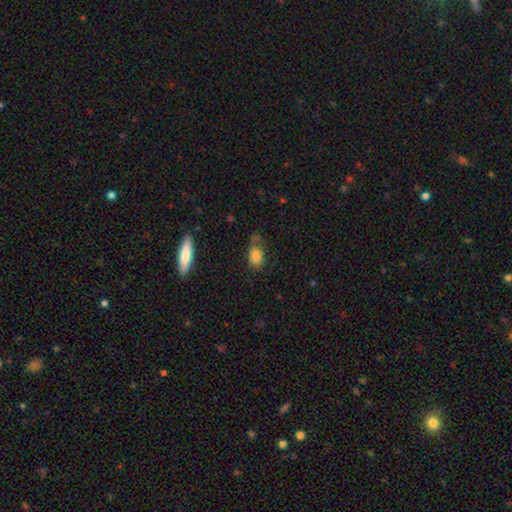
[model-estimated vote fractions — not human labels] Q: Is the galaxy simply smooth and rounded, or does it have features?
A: smooth — 81%.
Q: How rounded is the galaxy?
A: in between — 87%.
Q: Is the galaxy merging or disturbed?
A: none — 53%.